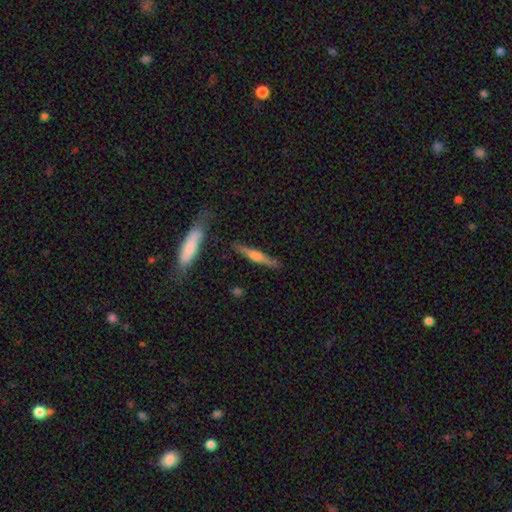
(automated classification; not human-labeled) A featured or disk galaxy (63%) viewed edge-on (96%) with a rounded central bulge (76%). Merging: none (80%).